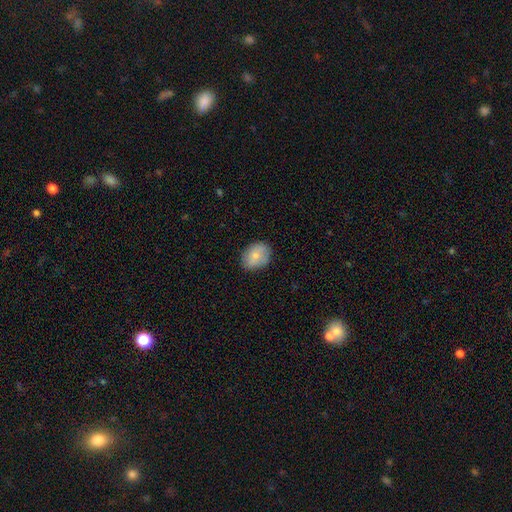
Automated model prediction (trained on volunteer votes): smooth_or_featured: smooth (p=0.78) [alt: featured or disk p=0.15]
how_rounded: in between (p=0.62) [alt: round p=0.37]
merging: none (p=0.81) [alt: minor disturbance p=0.15]